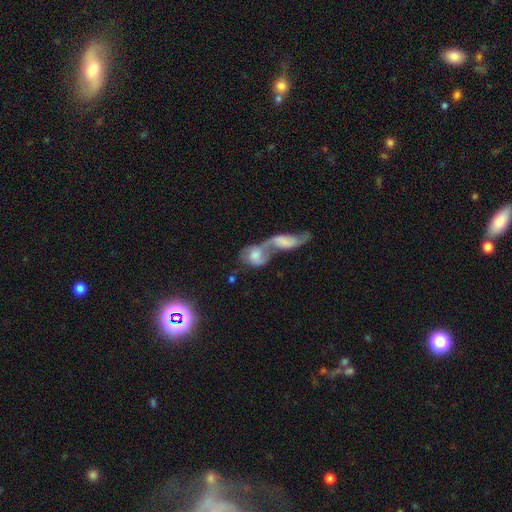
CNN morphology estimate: This appears to be a smooth galaxy with no disk features (54%) that is in between round and cigar-shaped (67%). Merging: merger (78%).